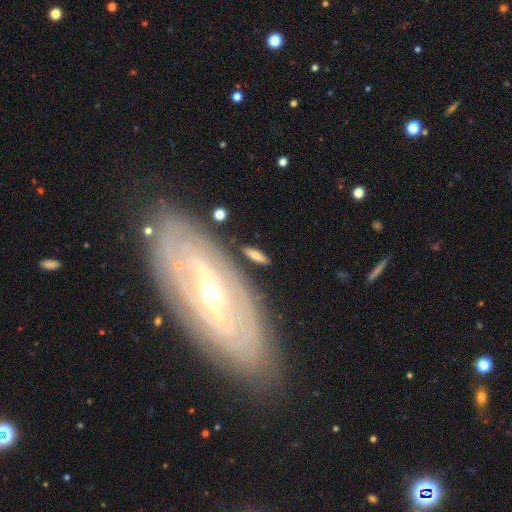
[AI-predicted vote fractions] Smooth or featured? Predicted: smooth (p=0.65). How rounded? Predicted: in between (p=0.52). Merging? Predicted: none (p=0.82).